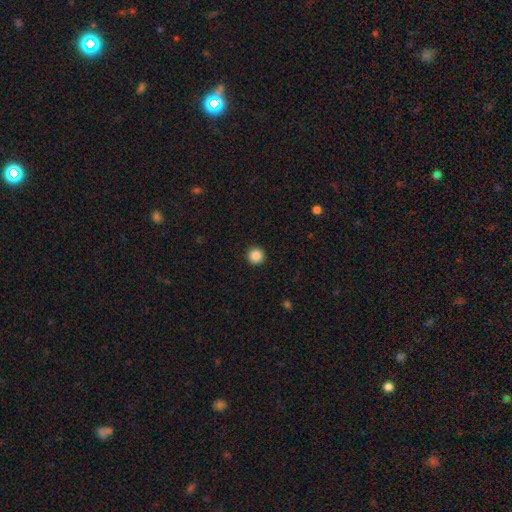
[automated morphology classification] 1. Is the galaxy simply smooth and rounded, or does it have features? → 87% smooth, 10% star or artifact, 3% featured or disk.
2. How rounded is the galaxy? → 96% round, 3% in between, 1% cigar-shaped.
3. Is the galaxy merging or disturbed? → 93% none, 4% minor disturbance, 2% major disturbance, 1% merger.